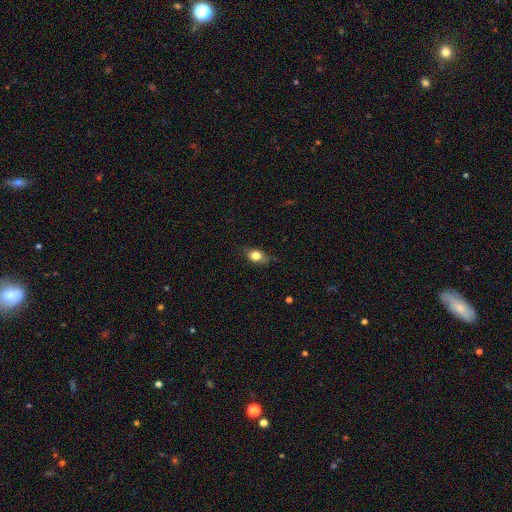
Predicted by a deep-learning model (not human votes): Q: Smooth or featured?
A: smooth (78%); runner-up: featured or disk (13%)
Q: How rounded?
A: in between (67%); runner-up: round (28%)
Q: Merging?
A: none (67%); runner-up: minor disturbance (25%)